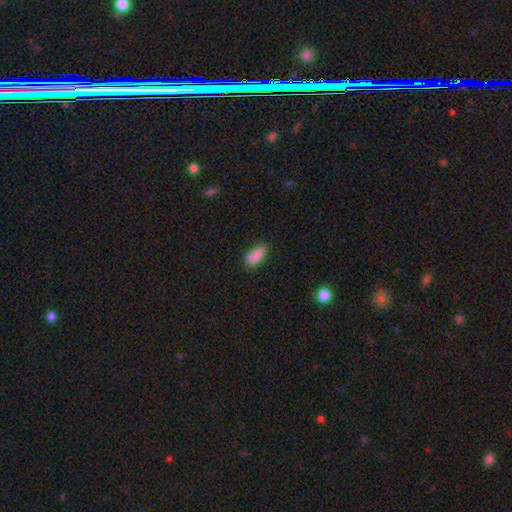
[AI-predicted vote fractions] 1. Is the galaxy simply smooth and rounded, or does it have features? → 85% smooth, 8% star or artifact, 7% featured or disk.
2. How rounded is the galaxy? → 89% in between, 8% cigar-shaped, 3% round.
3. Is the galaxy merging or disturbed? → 69% none, 22% minor disturbance, 4% merger, 4% major disturbance.